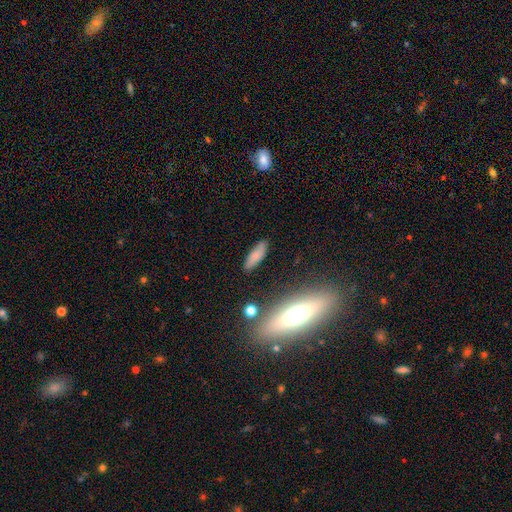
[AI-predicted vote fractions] A smooth galaxy with no disk features (77%) that is in between round and cigar-shaped (49%, tied with cigar-shaped).

Vote fractions:
- Smooth or featured? smooth: 77% / featured or disk: 13% / star or artifact: 9%
- How rounded? in between: 49% (tied) / cigar-shaped: 49% (tied) / round: 2%
- Merging? none: 83% / minor disturbance: 12% / major disturbance: 3% / merger: 2%